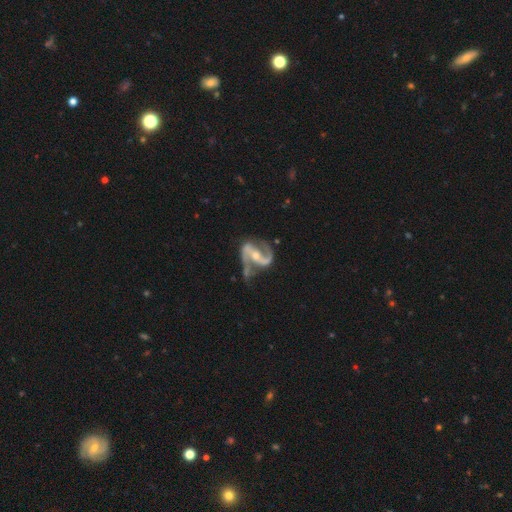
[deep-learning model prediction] Q: Smooth or featured?
A: featured or disk (93%); runner-up: star or artifact (4%)
Q: Edge-on disk?
A: no (97%); runner-up: yes (3%)
Q: Bar?
A: strong (51%); runner-up: weak (30%)
Q: Spiral arms?
A: yes (97%); runner-up: no (3%)
Q: Spiral winding?
A: medium (51%); runner-up: loose (35%)
Q: Spiral arm count?
A: 2 (92%); runner-up: 1 (2%)
Q: Bulge size?
A: small (48%); tied with: moderate (48%)
Q: Merging?
A: none (57%); runner-up: minor disturbance (24%)